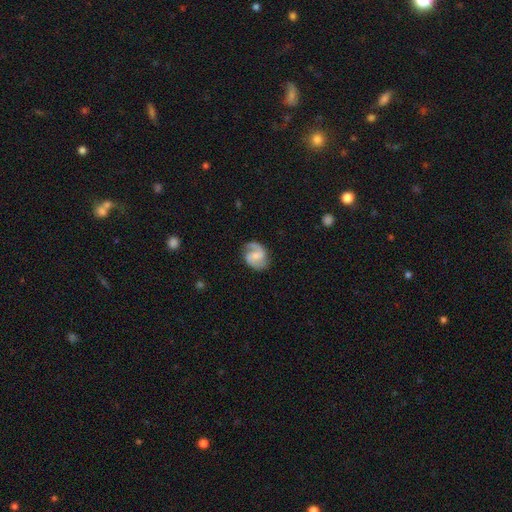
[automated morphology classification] The model was most divided on "bulge size": small: 51%, moderate: 36%, none: 10%, large: 2%, dominant: 1%. More confident: edge-on disk — no (98%); spiral arms — yes (96%); spiral arm count — 2 (90%); smooth or featured — featured or disk (84%); merging — none (79%); spiral winding — medium (54%); bar — weak (51%).